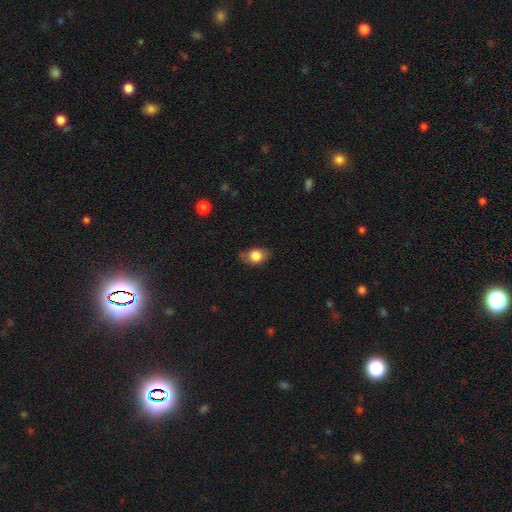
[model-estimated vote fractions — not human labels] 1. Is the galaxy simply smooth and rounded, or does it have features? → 82% smooth, 10% featured or disk, 8% star or artifact.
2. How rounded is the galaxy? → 66% in between, 32% round, 2% cigar-shaped.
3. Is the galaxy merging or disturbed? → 67% none, 25% minor disturbance, 6% major disturbance, 2% merger.